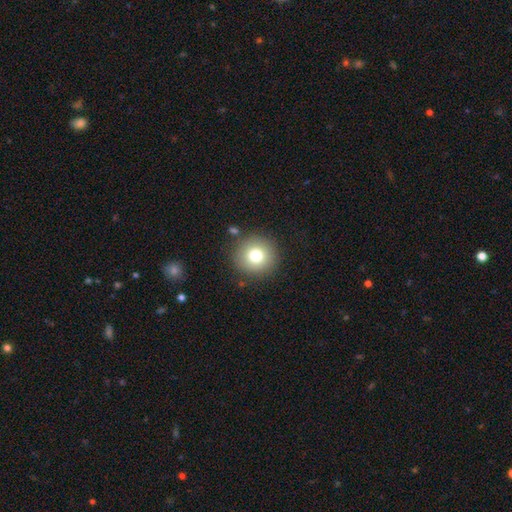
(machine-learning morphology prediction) type=smooth (77%); roundness=round (94%); merging=none (88%).